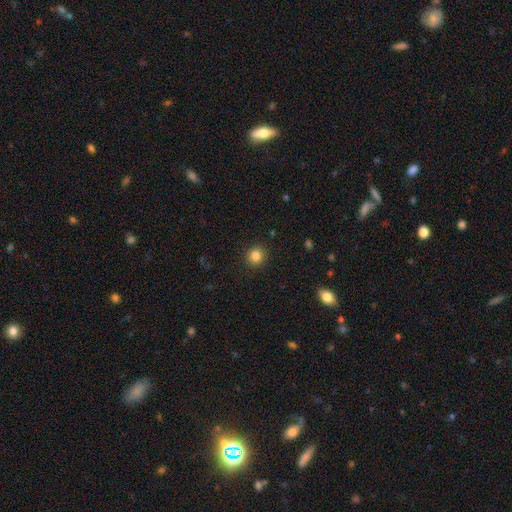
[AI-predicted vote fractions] A smooth galaxy with no disk features (84%) that is round (90%).

Vote fractions:
- Smooth or featured? smooth: 84% / star or artifact: 11% / featured or disk: 5%
- How rounded? round: 90% / in between: 9% / cigar-shaped: 1%
- Merging? none: 91% / minor disturbance: 6% / major disturbance: 2% / merger: 1%